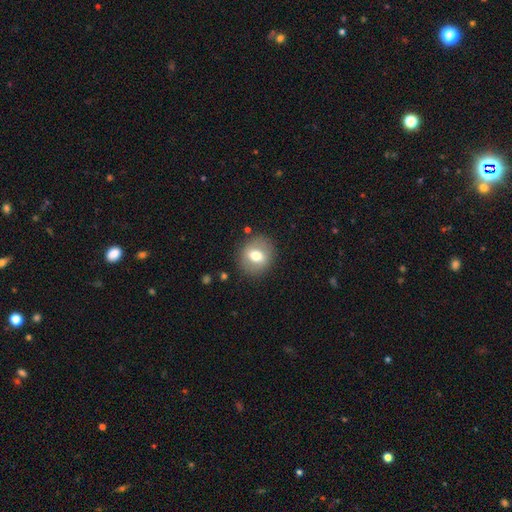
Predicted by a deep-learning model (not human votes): The model was most divided on "smooth or featured": smooth: 64%, featured or disk: 27%, star or artifact: 8%. More confident: merging — none (84%); how rounded — round (72%).